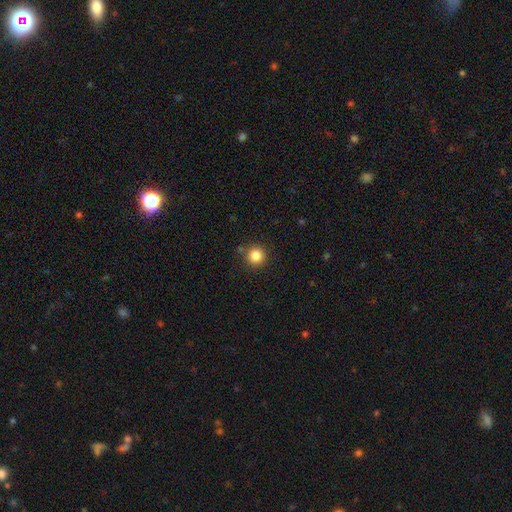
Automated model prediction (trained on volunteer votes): smooth 84%, star or artifact 12%, featured or disk 4%. Down the decision tree: how rounded — round (95%); merging — none (88%).